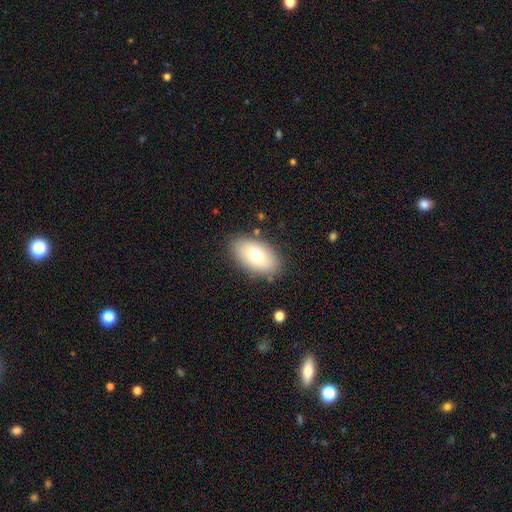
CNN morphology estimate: Q: Smooth or featured?
A: smooth (72%); runner-up: featured or disk (19%)
Q: How rounded?
A: in between (93%); runner-up: round (5%)
Q: Merging?
A: none (82%); runner-up: minor disturbance (12%)